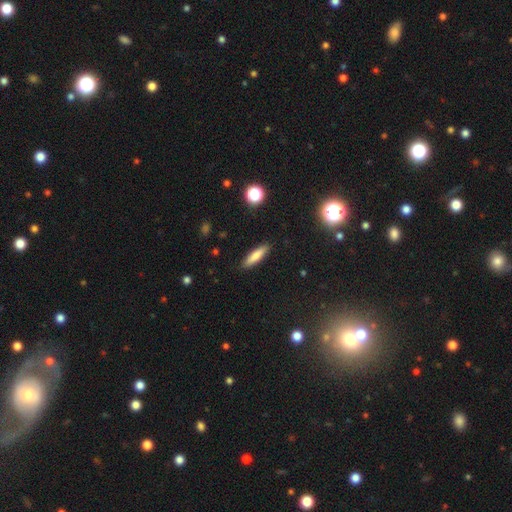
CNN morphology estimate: A smooth galaxy with no disk features (74%) that is cigar-shaped (74%).

Vote fractions:
- Smooth or featured? smooth: 74% / featured or disk: 19% / star or artifact: 8%
- How rounded? cigar-shaped: 74% / in between: 24% / round: 2%
- Merging? none: 89% / minor disturbance: 8% / major disturbance: 2% / merger: 1%